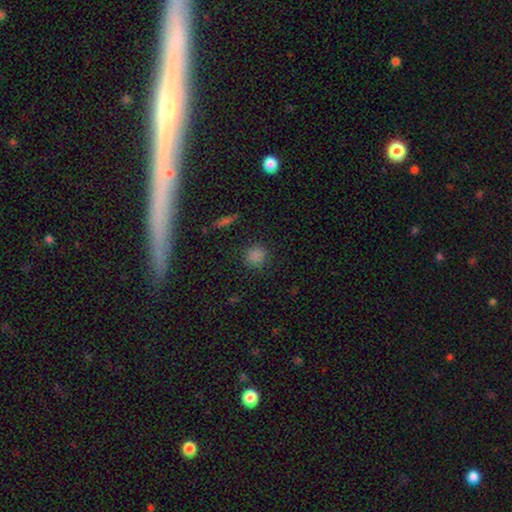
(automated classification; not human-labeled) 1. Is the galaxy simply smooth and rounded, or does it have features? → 80% smooth, 16% star or artifact, 4% featured or disk.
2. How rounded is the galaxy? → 86% round, 13% in between, 1% cigar-shaped.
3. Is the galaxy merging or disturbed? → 85% none, 10% minor disturbance, 3% major disturbance, 1% merger.